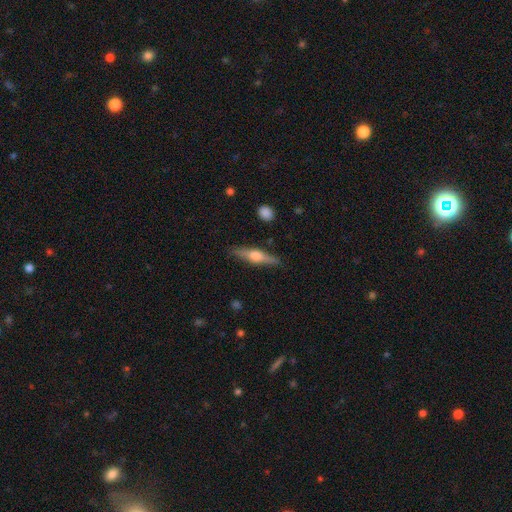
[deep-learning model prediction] smooth-or-featured: featured or disk: 63% | smooth: 31% | star or artifact: 6%
  disk-edge-on: yes: 96% | no: 4%
    edge-on-bulge: rounded: 90% | boxy: 7% | none: 3%
  merging: none: 87% | minor disturbance: 9% | major disturbance: 2% | merger: 2%